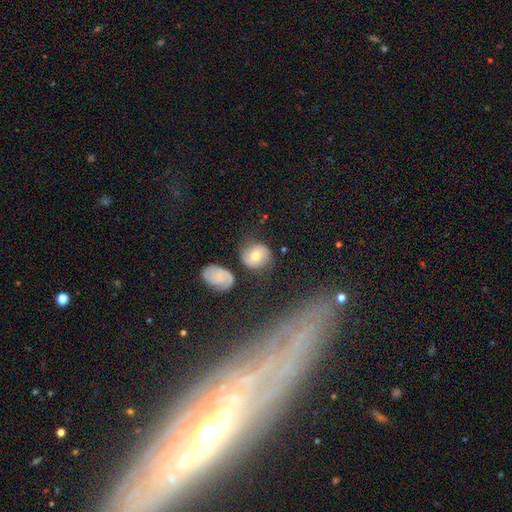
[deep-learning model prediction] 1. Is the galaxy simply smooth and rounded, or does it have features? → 59% smooth, 31% featured or disk, 11% star or artifact.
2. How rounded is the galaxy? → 78% round, 21% in between, 1% cigar-shaped.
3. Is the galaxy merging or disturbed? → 67% none, 19% minor disturbance, 7% major disturbance, 7% merger.